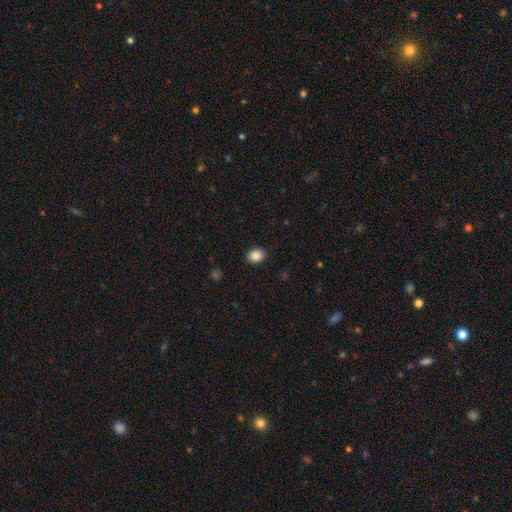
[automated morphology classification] Smooth or featured: smooth — 87% (star or artifact — 9%)
How rounded: in between — 59% (round — 40%)
Merging: none — 89% (minor disturbance — 8%)